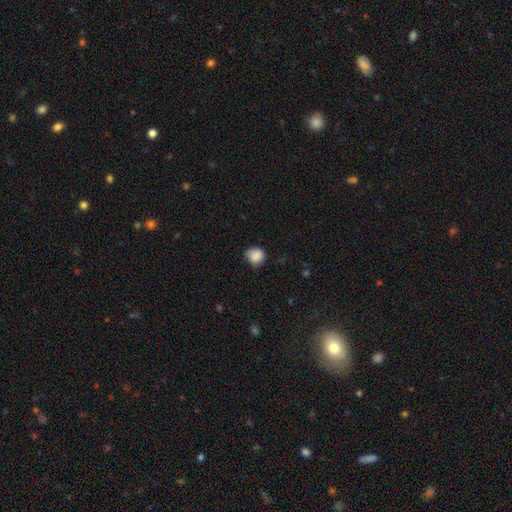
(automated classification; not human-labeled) Smooth or featured: smooth — 86% (star or artifact — 9%)
How rounded: round — 75% (in between — 24%)
Merging: none — 61% (minor disturbance — 31%)